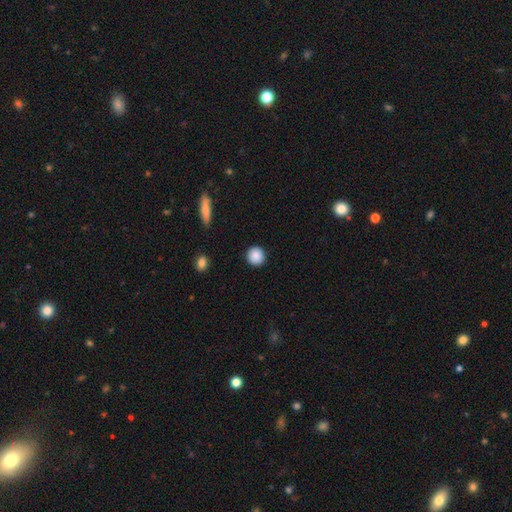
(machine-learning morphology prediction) Smooth or featured? Predicted: smooth (p=0.89). How rounded? Predicted: round (p=0.94). Merging? Predicted: none (p=0.91).